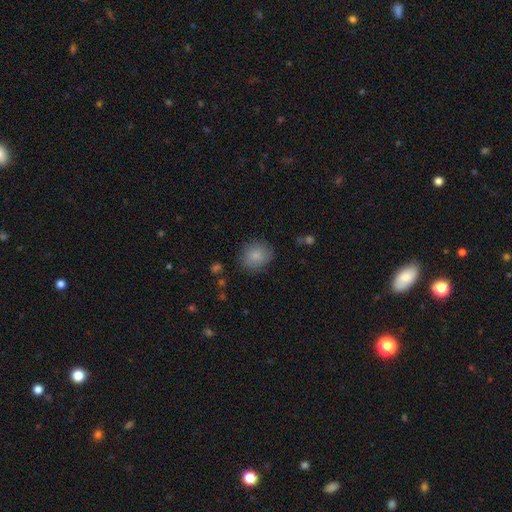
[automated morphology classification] smooth 84%, star or artifact 8%, featured or disk 7%. Down the decision tree: how rounded — round (72%); merging — none (81%).